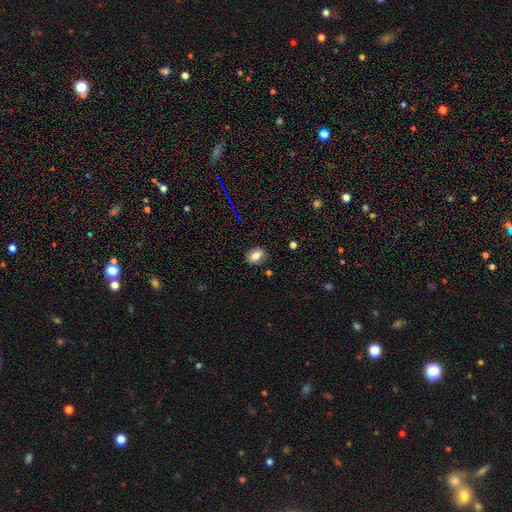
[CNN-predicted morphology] This appears to be a smooth galaxy with no disk features (78%) that is in between round and cigar-shaped (58%). Merging: none (87%).